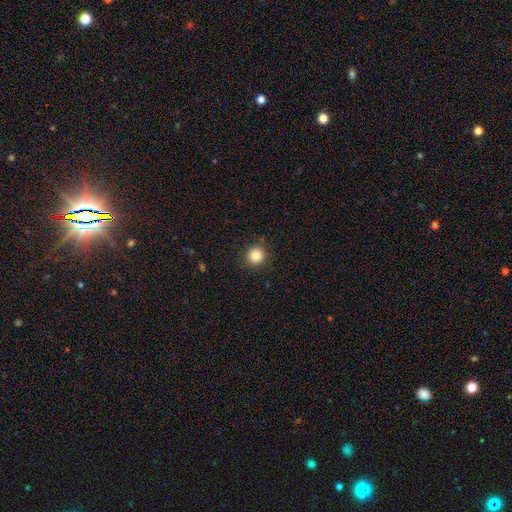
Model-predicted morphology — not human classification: This appears to be a smooth galaxy with no disk features (84%) that is round (93%). Merging: none (89%).